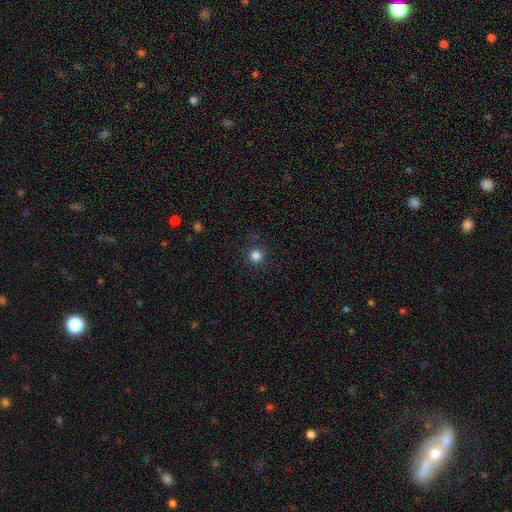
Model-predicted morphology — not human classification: smooth-or-featured: smooth: 82% | star or artifact: 14% | featured or disk: 4%
  how-rounded: round: 95% | in between: 4% | cigar-shaped: 1%
  merging: none: 88% | minor disturbance: 8% | major disturbance: 3% | merger: 1%